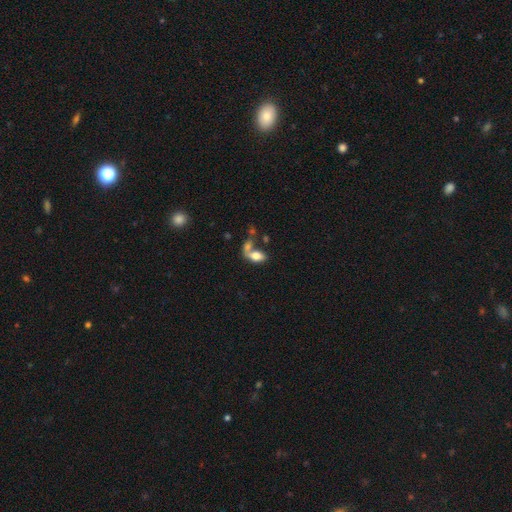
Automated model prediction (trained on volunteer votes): A smooth galaxy with no disk features (73%) that is in between round and cigar-shaped (88%). Merging: merger (53%).